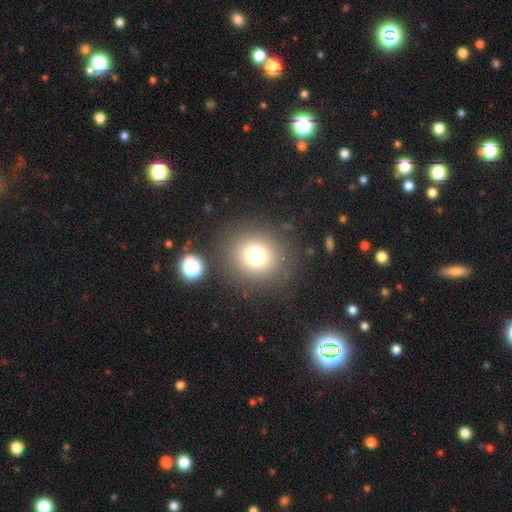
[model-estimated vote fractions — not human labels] smooth 74%, star or artifact 17%, featured or disk 9%. Down the decision tree: how rounded — round (89%); merging — none (84%).